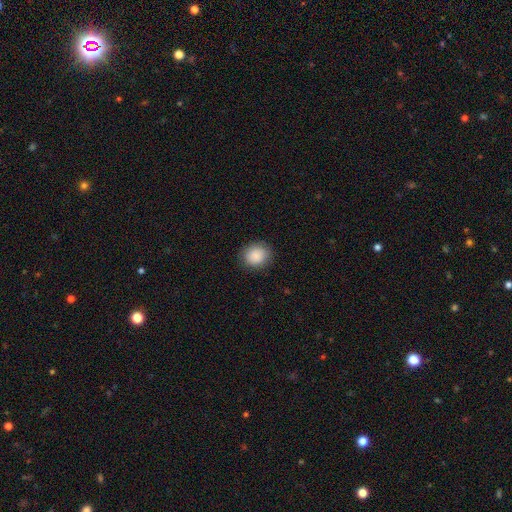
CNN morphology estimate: Smooth or featured: smooth — 89% (star or artifact — 8%)
How rounded: round — 71% (in between — 28%)
Merging: none — 87% (minor disturbance — 9%)